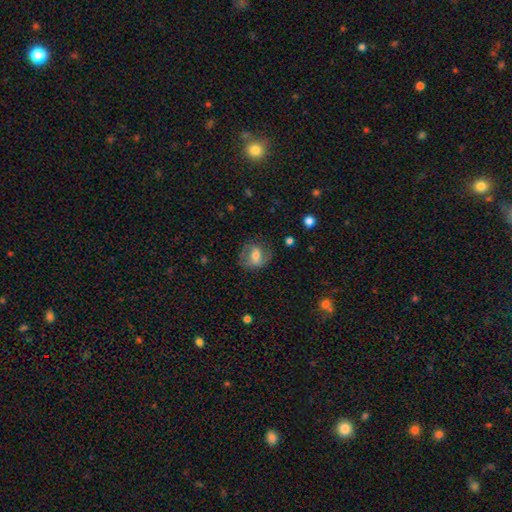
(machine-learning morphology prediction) Q: Smooth or featured?
A: smooth (47%); runner-up: featured or disk (44%)
Q: Merging?
A: none (71%); runner-up: minor disturbance (18%)